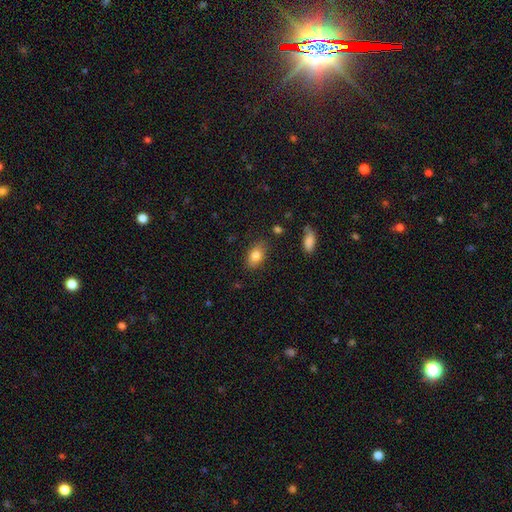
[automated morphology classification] Q: Smooth or featured?
A: smooth (83%); runner-up: featured or disk (9%)
Q: How rounded?
A: in between (87%); runner-up: round (10%)
Q: Merging?
A: none (82%); runner-up: minor disturbance (13%)